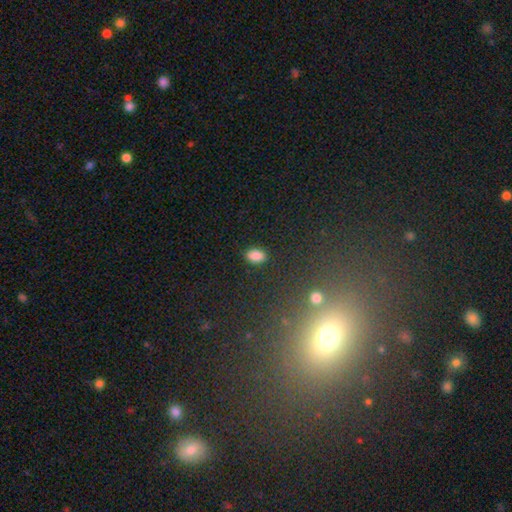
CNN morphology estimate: A smooth galaxy with no disk features (86%) that is in between round and cigar-shaped (83%). Merging: none (88%).